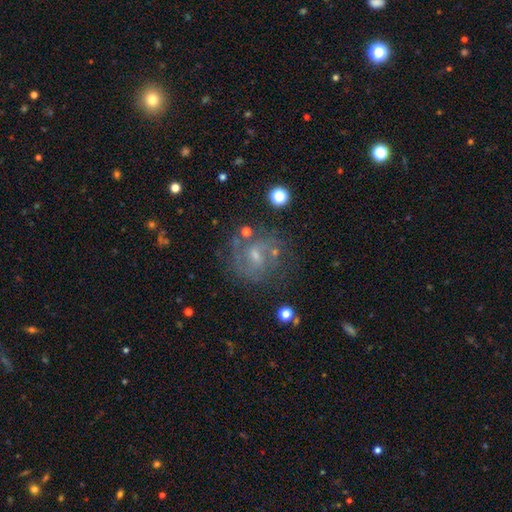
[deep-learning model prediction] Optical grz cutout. It shows a featured or disk galaxy (66%) with a weak bar (52%), 2 (53%) medium (45%) spiral arms (80%) and a small central bulge (56%). Merging: none (64%).